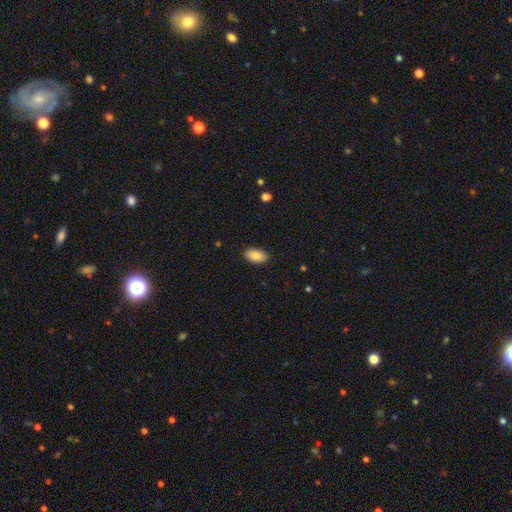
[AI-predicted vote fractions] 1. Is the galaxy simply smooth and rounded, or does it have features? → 86% smooth, 7% star or artifact, 7% featured or disk.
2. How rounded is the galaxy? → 94% in between, 4% round, 2% cigar-shaped.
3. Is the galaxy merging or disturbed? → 88% none, 9% minor disturbance, 2% major disturbance, 1% merger.